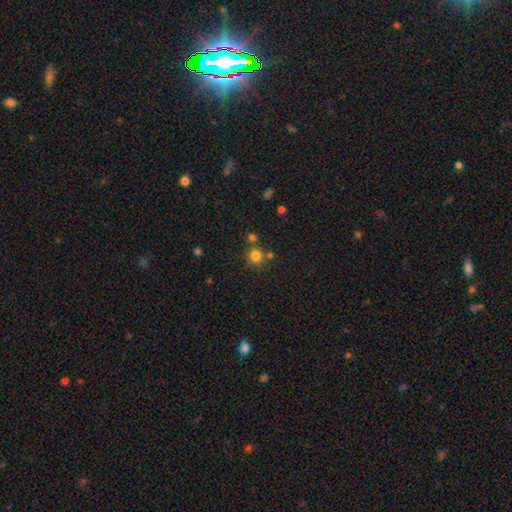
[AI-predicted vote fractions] This is likely a smooth galaxy (79%). How rounded: clearly round (90%). Merging: likely none (72%).